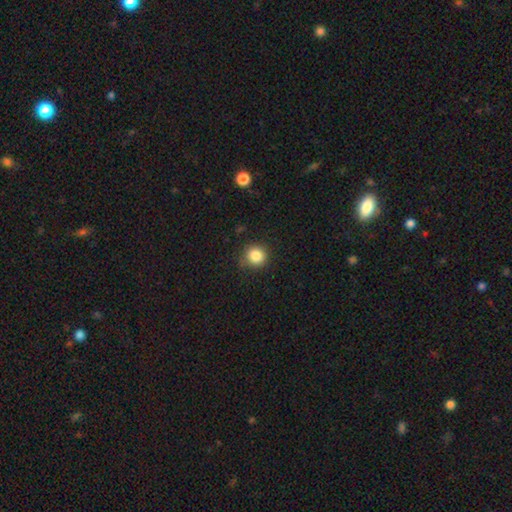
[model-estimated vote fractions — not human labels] This appears to be a smooth galaxy with no disk features (84%) that is round (92%). Merging: none (82%).